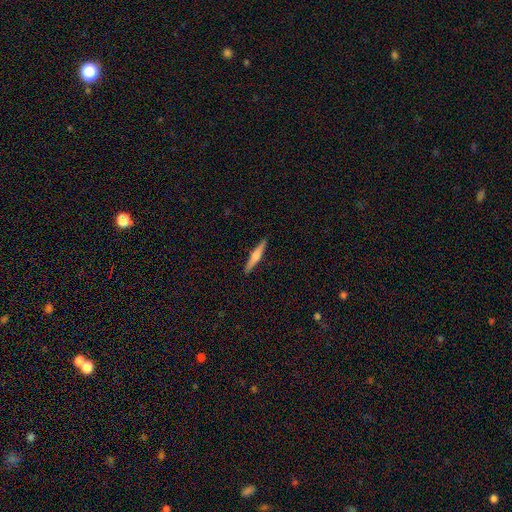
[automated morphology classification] Smooth or featured? Predicted: featured or disk (p=0.49). Merging? Predicted: none (p=0.91).